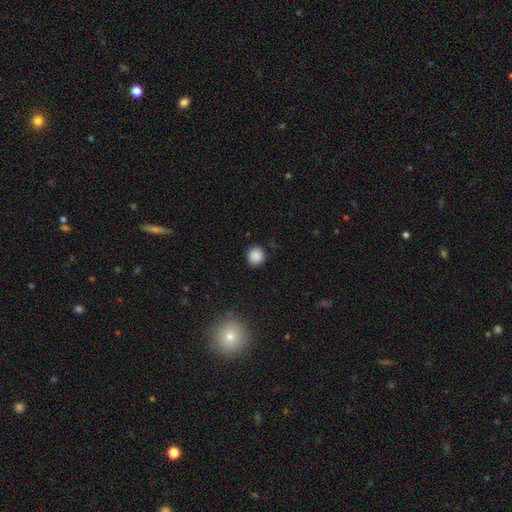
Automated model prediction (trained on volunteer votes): Overall: smooth (87%). How rounded: round (90%). Merging: none (89%).